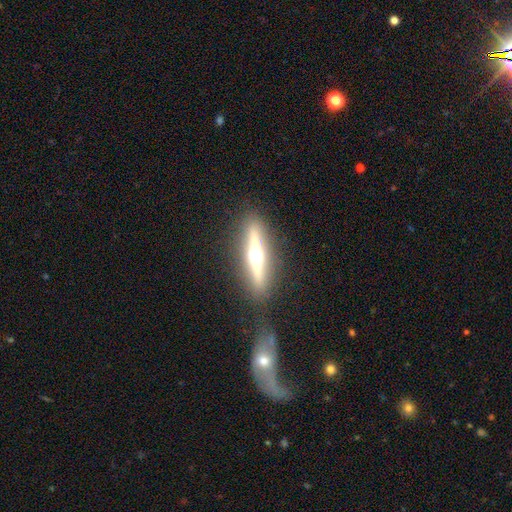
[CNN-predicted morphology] This appears to be a featured or disk galaxy (76%) viewed edge-on (95%) with a rounded central bulge (96%). Merging: none (89%).